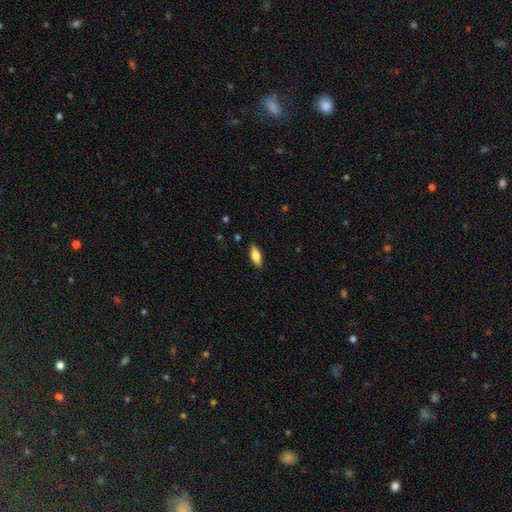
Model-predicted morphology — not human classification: A smooth galaxy with no disk features (72%) that is in between round and cigar-shaped (74%). Merging: none (88%).